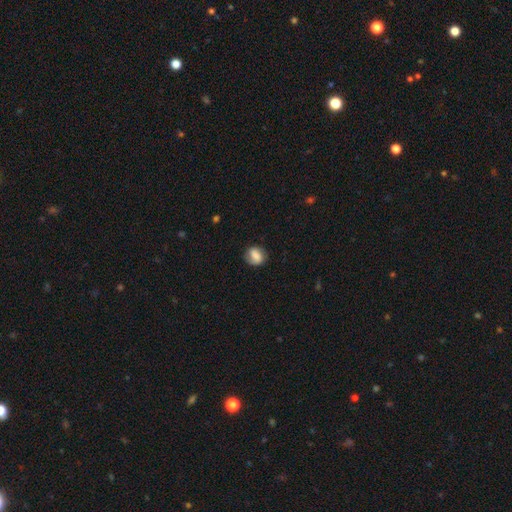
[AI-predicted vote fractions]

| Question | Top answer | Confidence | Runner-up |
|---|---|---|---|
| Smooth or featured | smooth | 74% | featured or disk (18%) |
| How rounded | round | 52% | in between (47%) |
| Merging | none | 71% | minor disturbance (21%) |